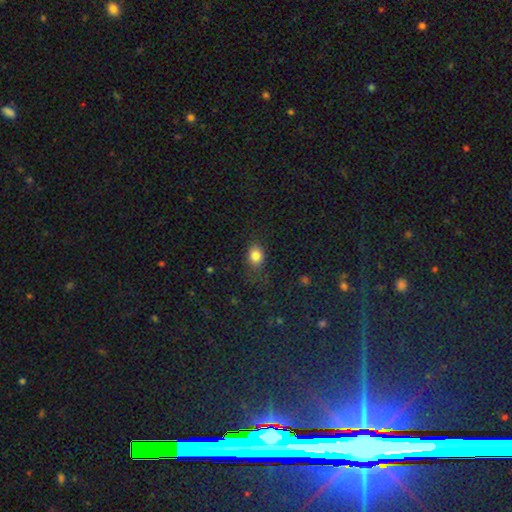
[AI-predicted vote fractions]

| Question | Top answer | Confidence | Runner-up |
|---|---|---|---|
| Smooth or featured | smooth | 83% | star or artifact (11%) |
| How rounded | in between | 52% | round (46%) |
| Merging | none | 73% | minor disturbance (19%) |